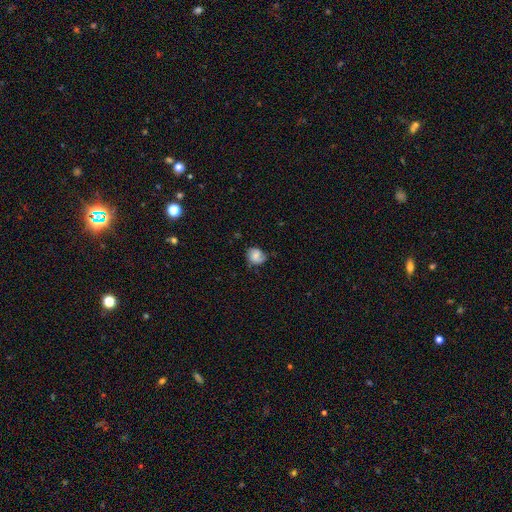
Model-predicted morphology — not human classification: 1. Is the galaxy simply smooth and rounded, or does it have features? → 64% smooth, 27% featured or disk, 9% star or artifact.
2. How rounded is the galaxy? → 63% round, 36% in between, 1% cigar-shaped.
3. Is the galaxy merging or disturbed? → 53% none, 33% minor disturbance, 12% major disturbance, 2% merger.